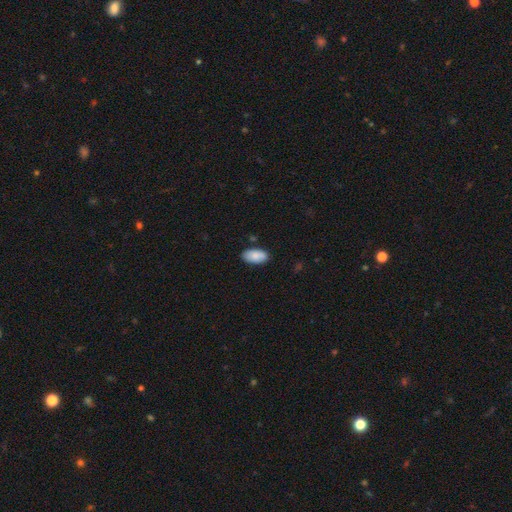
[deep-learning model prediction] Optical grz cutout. It shows a smooth galaxy with no disk features (87%) that is in between round and cigar-shaped (95%). Merging: none (84%).